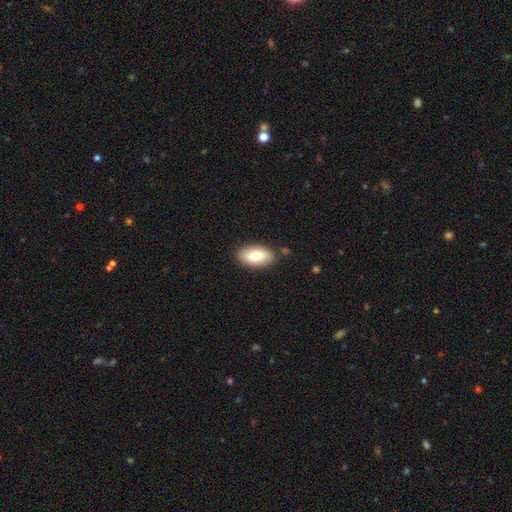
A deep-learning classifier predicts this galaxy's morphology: This appears to be a smooth galaxy with no disk features (78%) that is in between round and cigar-shaped (93%). Merging: none (85%).